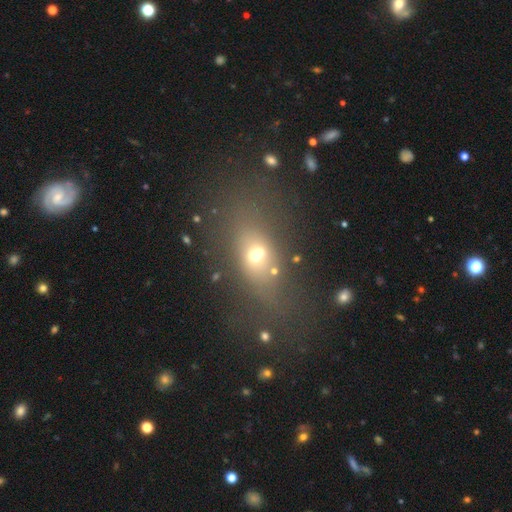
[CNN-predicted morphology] smooth_or_featured: smooth (p=0.51) [alt: featured or disk p=0.26]
how_rounded: in between (p=0.61) [alt: round p=0.28]
merging: none (p=0.40) [alt: merger p=0.34]